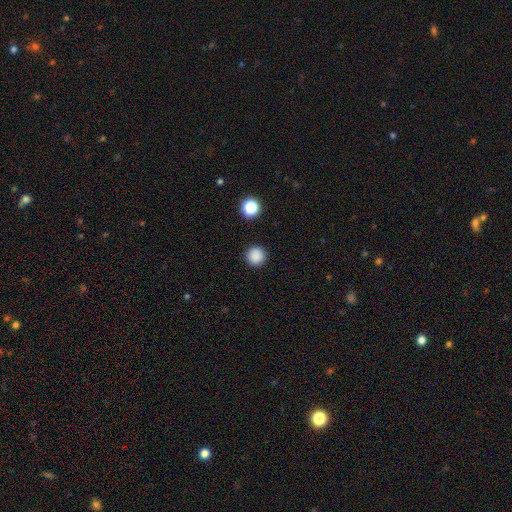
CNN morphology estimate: Q: Smooth or featured?
A: smooth (86%); runner-up: star or artifact (11%)
Q: How rounded?
A: round (96%); runner-up: in between (3%)
Q: Merging?
A: none (92%); runner-up: minor disturbance (5%)